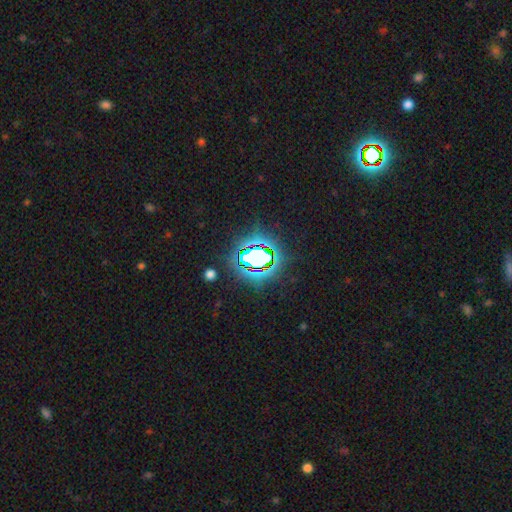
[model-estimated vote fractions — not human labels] smooth_or_featured: star or artifact (p=0.72) [alt: smooth p=0.17]